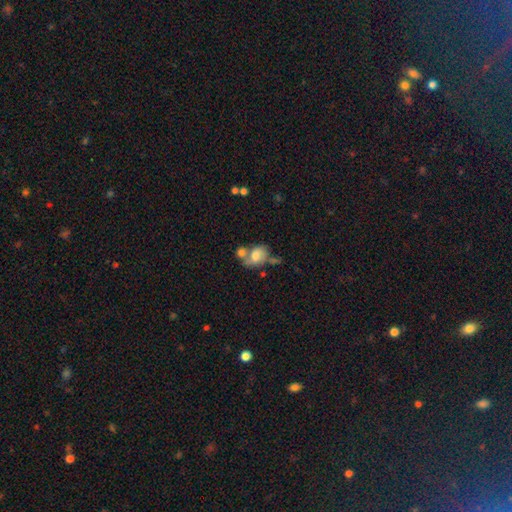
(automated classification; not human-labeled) Overall: smooth (60%; featured or disk 31%). How rounded: in between (68%; round 31%). Merging: merger (46%; none 30%).